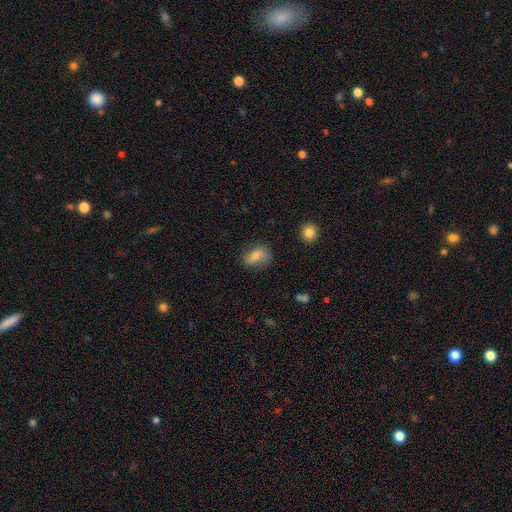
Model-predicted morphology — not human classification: smooth_or_featured: smooth (p=0.63) [alt: featured or disk p=0.27]
how_rounded: in between (p=0.77) [alt: round p=0.19]
merging: none (p=0.64) [alt: minor disturbance p=0.23]